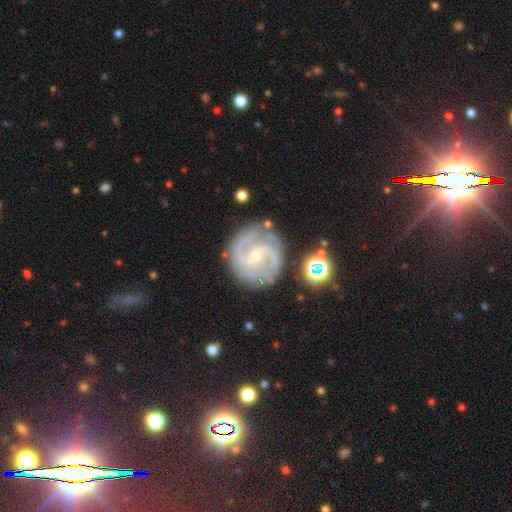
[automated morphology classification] featured or disk 90%, star or artifact 5%, smooth 5%. Down the decision tree: edge-on disk — no (98%); bar — weak (42%, tied with no); spiral arms — yes (98%); spiral arm count — 2 (66%); spiral winding — medium (51%); bulge size — small (67%); merging — none (78%).